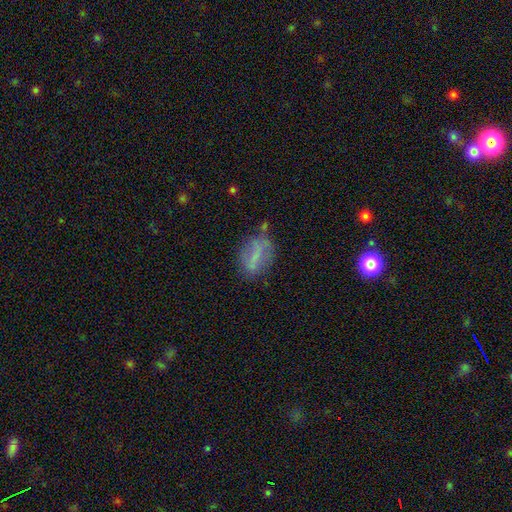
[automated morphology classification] A smooth galaxy with no disk features (52%) that is in between round and cigar-shaped (75%).

Vote fractions:
- Smooth or featured? smooth: 52% / featured or disk: 37% / star or artifact: 11%
- How rounded? in between: 75% / round: 13% / cigar-shaped: 12%
- Merging? none: 64% / minor disturbance: 22% / major disturbance: 9% / merger: 5%